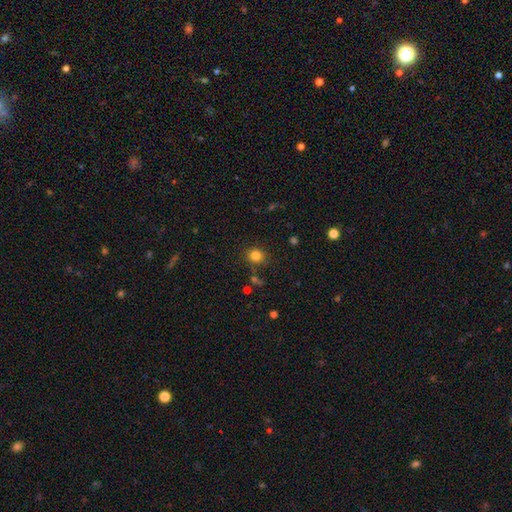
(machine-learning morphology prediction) Overall: smooth (81%). How rounded: round (80%). Merging: none (81%).